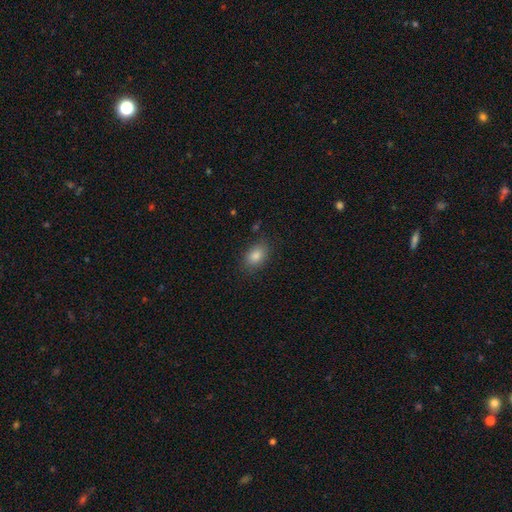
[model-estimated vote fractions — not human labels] smooth-or-featured: smooth: 82% | star or artifact: 11% | featured or disk: 7%
  how-rounded: in between: 81% | round: 17% | cigar-shaped: 2%
  merging: none: 84% | minor disturbance: 12% | major disturbance: 3% | merger: 1%